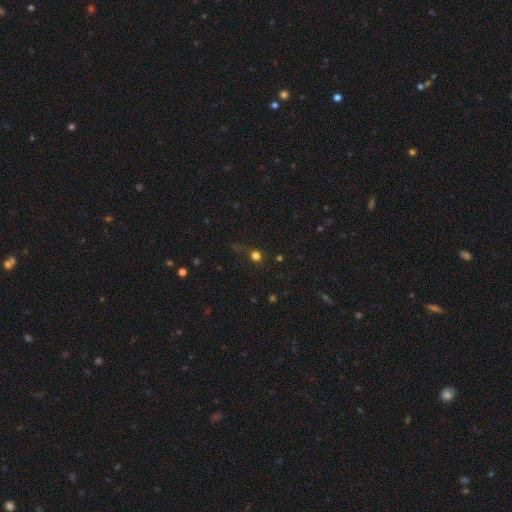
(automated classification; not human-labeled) This appears to be a smooth galaxy with no disk features (68%) that is round (87%). Merging: none (78%).